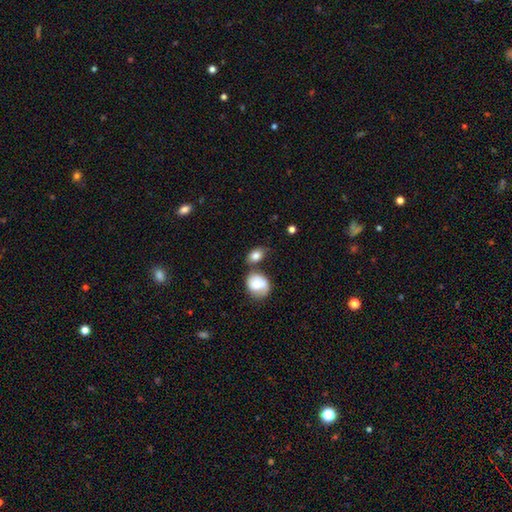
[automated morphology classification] The model was most divided on "merging": none: 53%, merger: 23%, minor disturbance: 18%, major disturbance: 6%. More confident: smooth or featured — smooth (81%); how rounded — in between (73%).